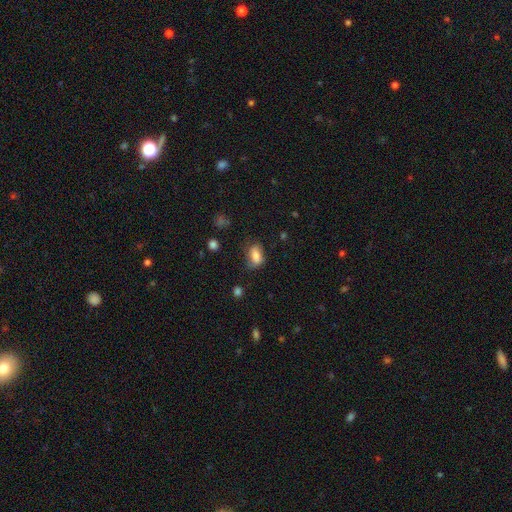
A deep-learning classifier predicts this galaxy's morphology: Smooth or featured: smooth — 78% (featured or disk — 13%)
How rounded: in between — 86% (round — 11%)
Merging: none — 55% (minor disturbance — 29%)